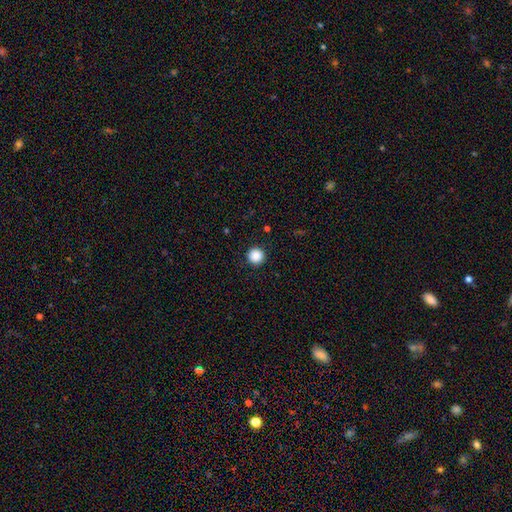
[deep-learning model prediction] This is clearly a smooth galaxy (88%). How rounded: clearly round (96%). Merging: clearly none (93%).